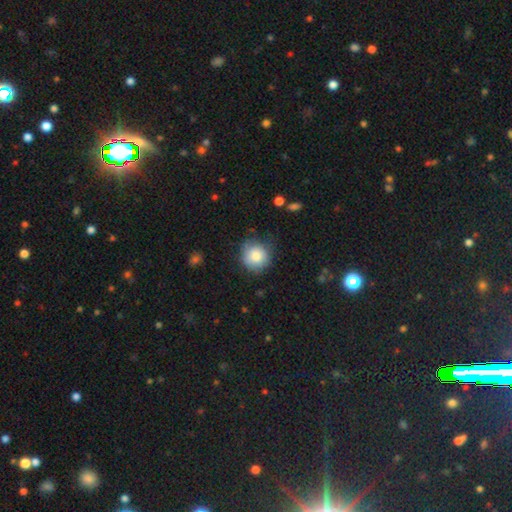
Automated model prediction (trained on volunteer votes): smooth 81%, featured or disk 11%, star or artifact 8%. Down the decision tree: how rounded — round (91%); merging — none (74%).